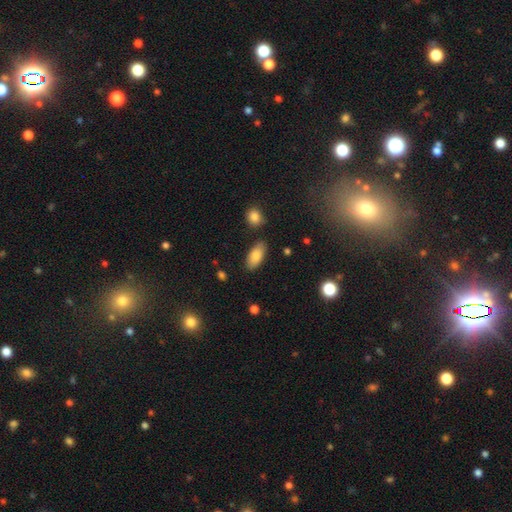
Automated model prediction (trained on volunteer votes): This appears to be a smooth galaxy with no disk features (83%) that is in between round and cigar-shaped (89%). Merging: none (84%).